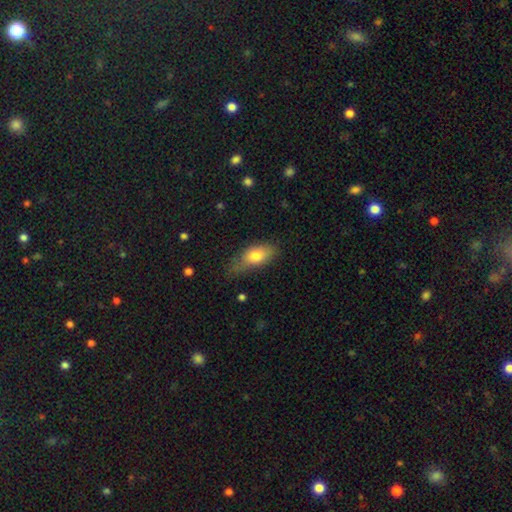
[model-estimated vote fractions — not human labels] Morphology: type=smooth (76%); roundness=in between (84%); merging=none (52%).